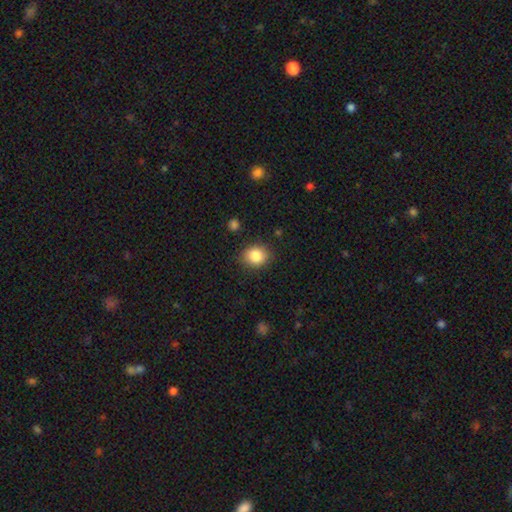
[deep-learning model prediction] Smooth or featured? smooth (86%)
How rounded? round (62%)
Merging? none (84%)